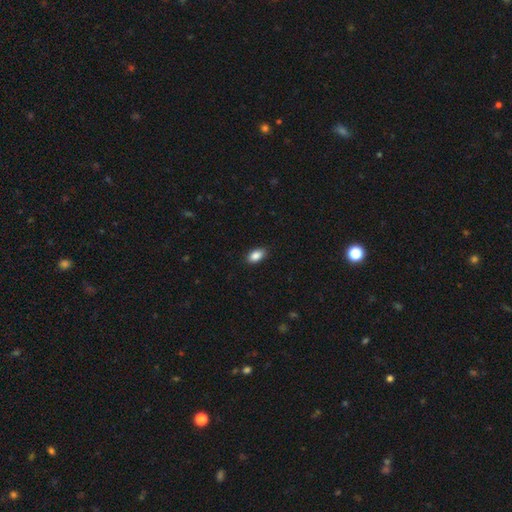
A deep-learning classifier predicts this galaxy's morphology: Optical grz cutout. It shows a smooth galaxy with no disk features (88%) that is in between round and cigar-shaped (92%). Merging: none (88%).